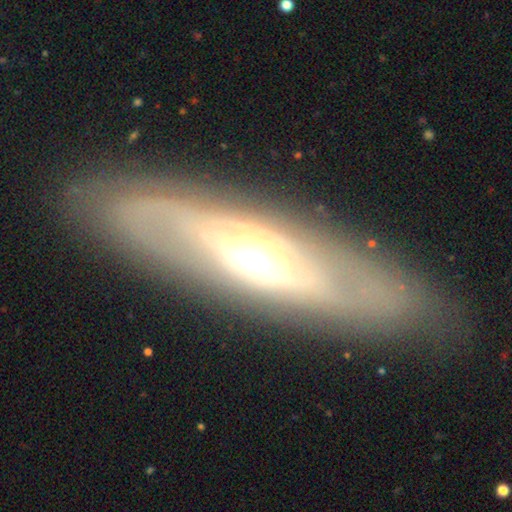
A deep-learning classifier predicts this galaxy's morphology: Smooth or featured? Predicted: featured or disk (p=0.70). Edge-on disk? Predicted: no (p=0.53). Merging? Predicted: none (p=0.74).